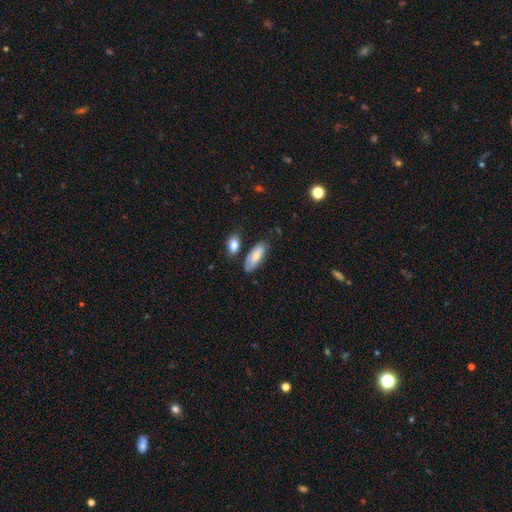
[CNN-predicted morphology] A smooth galaxy with no disk features (68%) that is in between round and cigar-shaped (80%). Merging: none (69%).